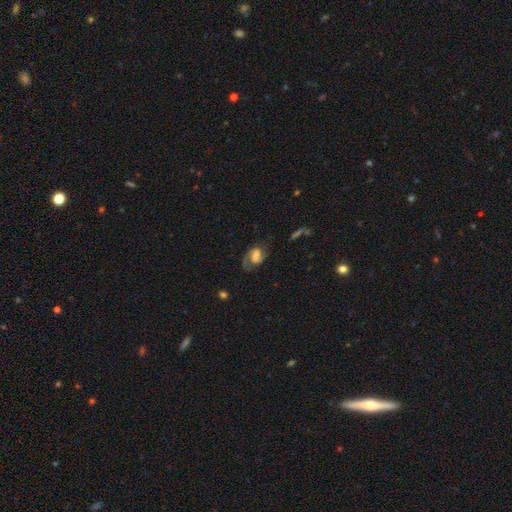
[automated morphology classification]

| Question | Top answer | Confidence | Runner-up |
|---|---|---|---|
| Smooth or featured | featured or disk | 73% | smooth (20%) |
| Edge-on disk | no | 97% | yes (3%) |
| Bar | weak | 48% | no (31%) |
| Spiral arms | yes | 92% | no (8%) |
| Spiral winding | medium | 48% | loose (32%) |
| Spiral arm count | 2 | 70% | 1 (23%) |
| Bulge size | moderate | 35% | small (28%) |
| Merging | none | 57% | minor disturbance (20%) |